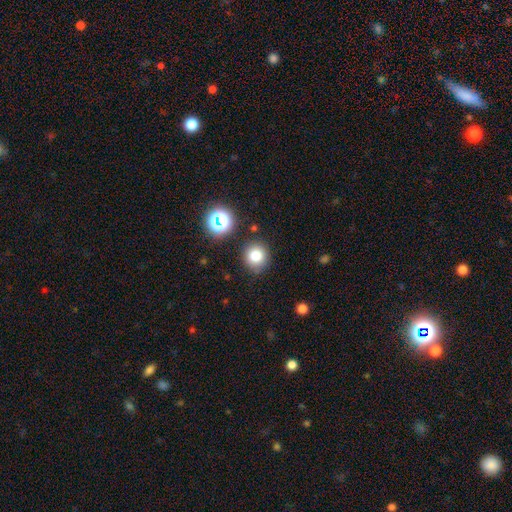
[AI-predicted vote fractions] A smooth galaxy with no disk features (78%) that is round (91%). Merging: none (85%).